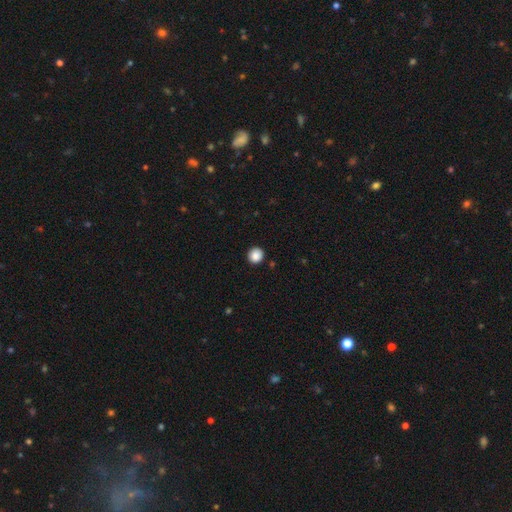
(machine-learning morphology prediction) smooth 87%, star or artifact 9%, featured or disk 3%. Down the decision tree: how rounded — round (92%); merging — none (92%).